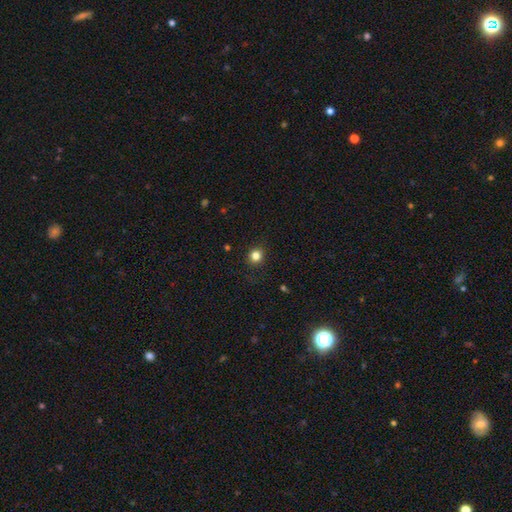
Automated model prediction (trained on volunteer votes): smooth-or-featured: smooth: 82% | star or artifact: 13% | featured or disk: 5%
  how-rounded: round: 89% | in between: 10% | cigar-shaped: 1%
  merging: none: 90% | minor disturbance: 7% | major disturbance: 2% | merger: 1%